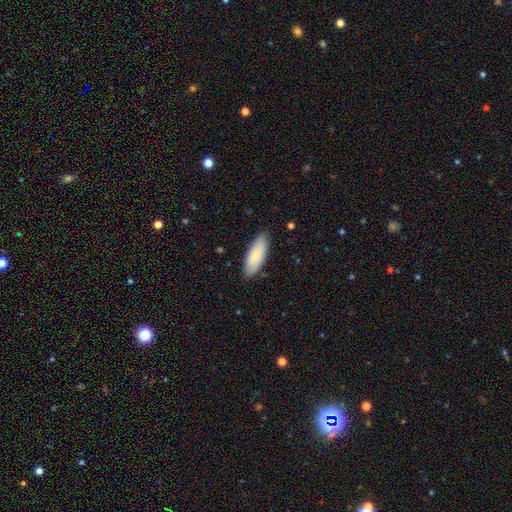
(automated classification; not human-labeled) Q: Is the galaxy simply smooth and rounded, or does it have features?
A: smooth — 83%.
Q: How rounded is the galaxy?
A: in between — 70%.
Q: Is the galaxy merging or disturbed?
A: none — 86%.